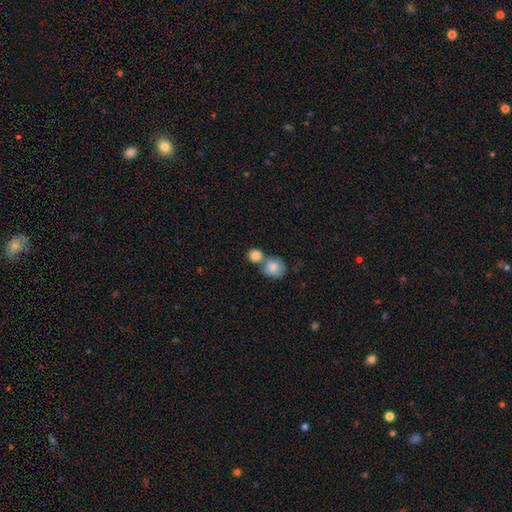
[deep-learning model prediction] This is clearly a smooth galaxy (85%). How rounded: likely round (78%). Merging: possibly merger (55%).